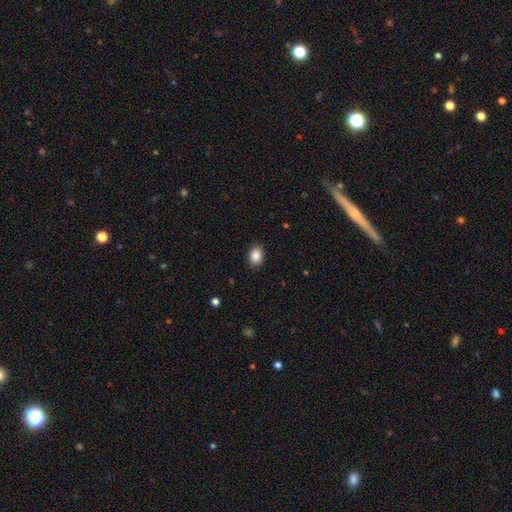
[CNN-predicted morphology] Overall: smooth (88%). How rounded: in between (67%; round 32%). Merging: none (88%).